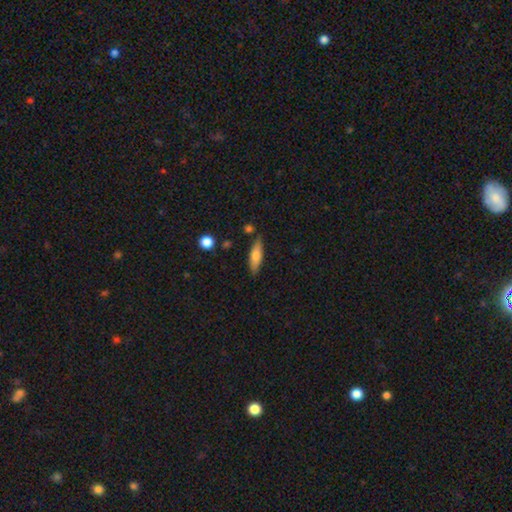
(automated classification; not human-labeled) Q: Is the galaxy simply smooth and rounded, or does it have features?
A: smooth — 69%.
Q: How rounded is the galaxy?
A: cigar-shaped — 56%.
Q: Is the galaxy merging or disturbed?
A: none — 81%.